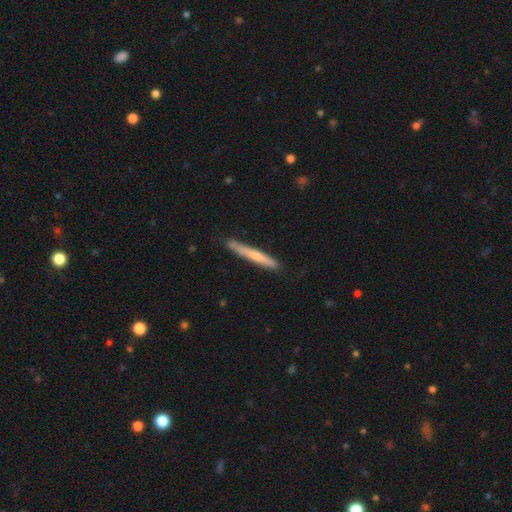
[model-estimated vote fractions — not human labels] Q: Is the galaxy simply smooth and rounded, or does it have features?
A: smooth — 56%.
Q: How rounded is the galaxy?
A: cigar-shaped — 96%.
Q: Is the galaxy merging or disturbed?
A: none — 85%.